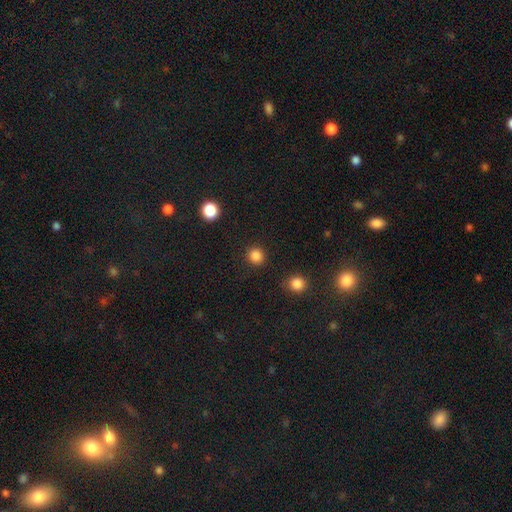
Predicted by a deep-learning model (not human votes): smooth_or_featured: smooth (p=0.85) [alt: star or artifact p=0.12]
how_rounded: round (p=0.91) [alt: in between p=0.08]
merging: none (p=0.90) [alt: minor disturbance p=0.06]